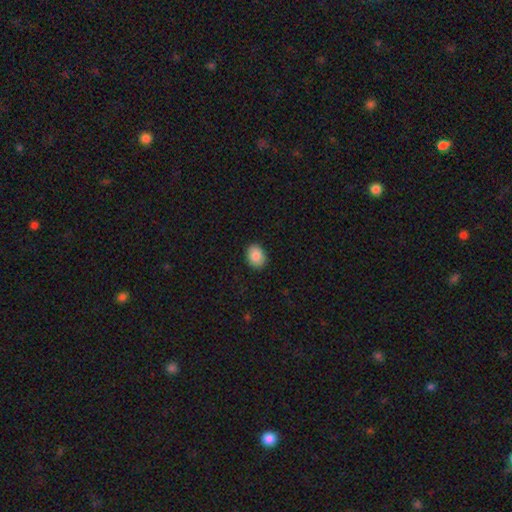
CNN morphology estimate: smooth-or-featured: smooth: 87% | star or artifact: 8% | featured or disk: 6%
  how-rounded: in between: 63% | round: 36% | cigar-shaped: 1%
  merging: none: 89% | minor disturbance: 8% | major disturbance: 2% | merger: 1%